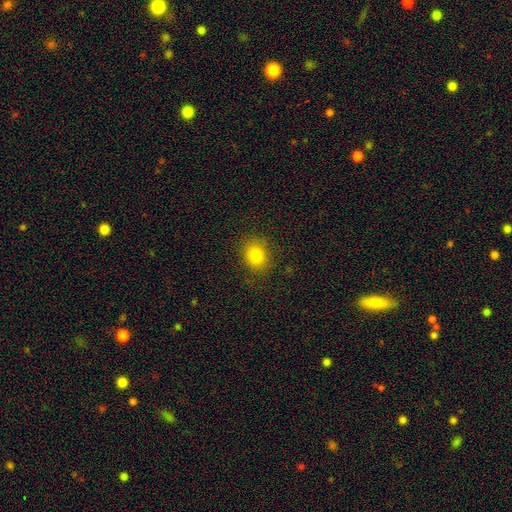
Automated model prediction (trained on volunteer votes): smooth_or_featured: smooth (p=0.81) [alt: star or artifact p=0.12]
how_rounded: round (p=0.55) [alt: in between p=0.44]
merging: none (p=0.85) [alt: minor disturbance p=0.10]